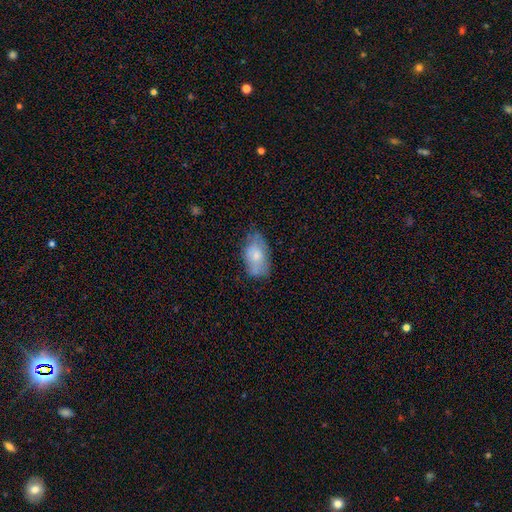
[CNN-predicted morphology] A smooth galaxy with no disk features (68%) that is in between round and cigar-shaped (93%).

Vote fractions:
- Smooth or featured? smooth: 68% / featured or disk: 25% / star or artifact: 7%
- How rounded? in between: 93% / round: 5% / cigar-shaped: 3%
- Merging? none: 57% / minor disturbance: 31% / major disturbance: 9% / merger: 3%